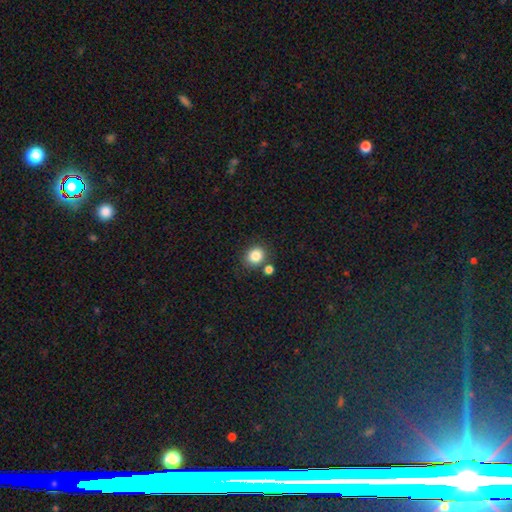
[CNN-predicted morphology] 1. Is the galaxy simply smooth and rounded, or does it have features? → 84% smooth, 10% star or artifact, 5% featured or disk.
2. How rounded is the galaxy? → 74% round, 25% in between, 1% cigar-shaped.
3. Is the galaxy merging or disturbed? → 75% none, 12% merger, 10% minor disturbance, 3% major disturbance.